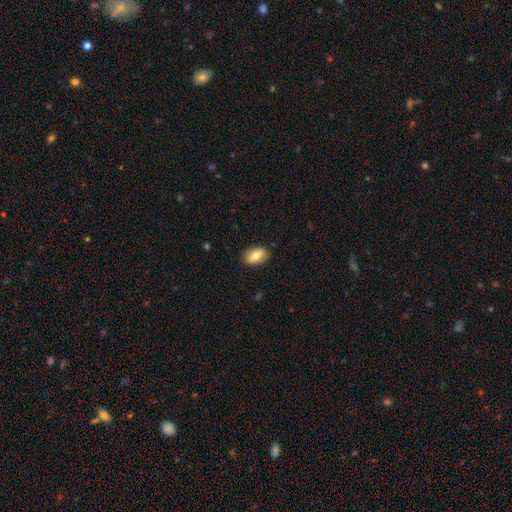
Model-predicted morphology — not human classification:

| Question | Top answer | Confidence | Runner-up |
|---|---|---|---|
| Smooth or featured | smooth | 75% | featured or disk (19%) |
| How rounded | in between | 91% | round (5%) |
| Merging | none | 86% | minor disturbance (11%) |